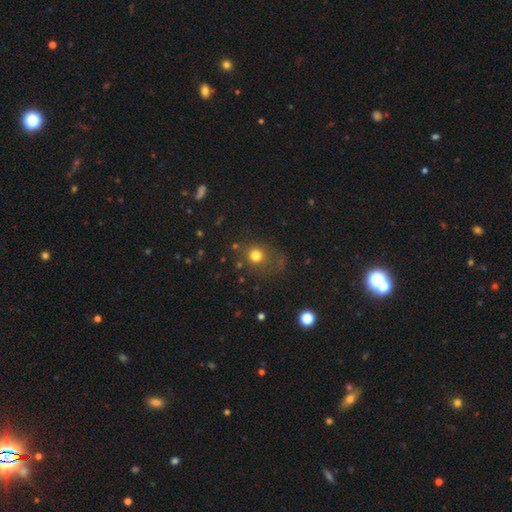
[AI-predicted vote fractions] Smooth or featured? Predicted: smooth (p=0.75). How rounded? Predicted: round (p=0.78). Merging? Predicted: none (p=0.66).